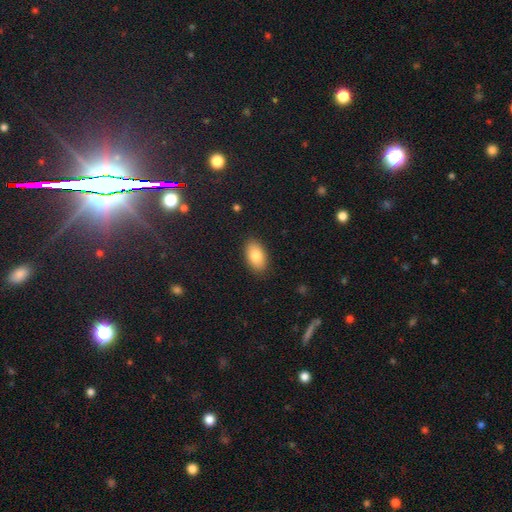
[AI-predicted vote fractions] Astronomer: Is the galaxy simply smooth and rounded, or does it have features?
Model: smooth — 81%.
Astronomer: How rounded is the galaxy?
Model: in between — 93%.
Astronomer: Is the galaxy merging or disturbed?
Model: none — 88%.